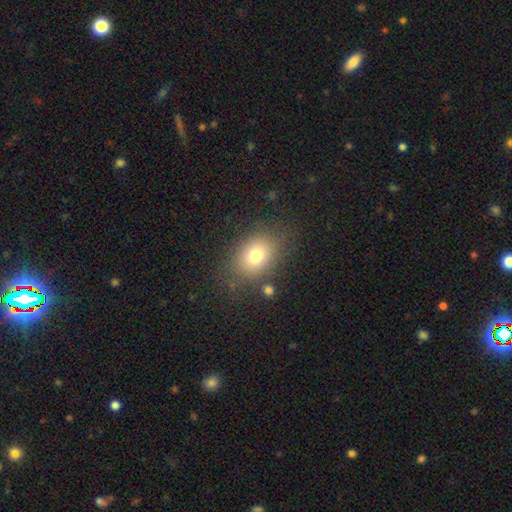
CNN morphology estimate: smooth_or_featured: smooth (p=0.75) [alt: star or artifact p=0.13]
how_rounded: in between (p=0.61) [alt: round p=0.38]
merging: none (p=0.78) [alt: minor disturbance p=0.13]